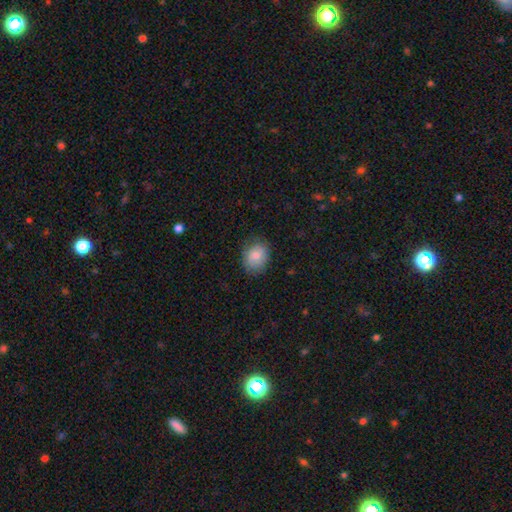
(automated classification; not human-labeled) Smooth or featured? smooth (81%)
How rounded? in between (55%)
Merging? none (79%)